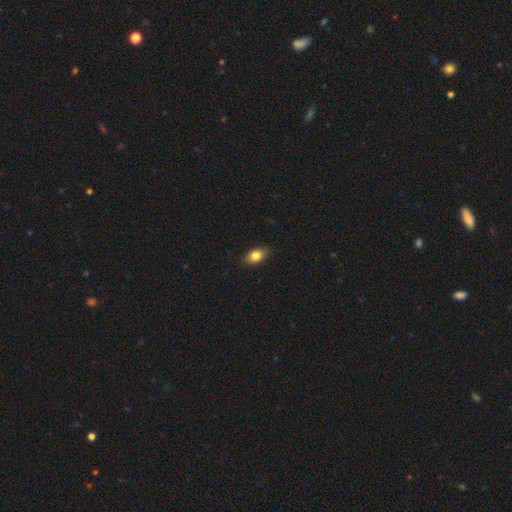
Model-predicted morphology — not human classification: smooth-or-featured: smooth: 83% | featured or disk: 9% | star or artifact: 8%
  how-rounded: in between: 84% | round: 13% | cigar-shaped: 3%
  merging: none: 85% | minor disturbance: 12% | major disturbance: 2% | merger: 1%